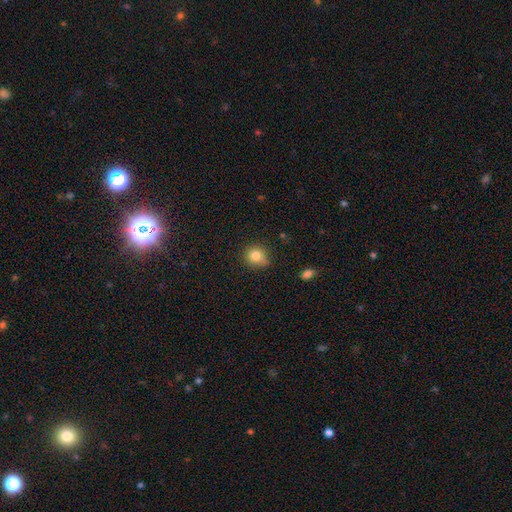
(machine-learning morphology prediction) A smooth galaxy with no disk features (82%) that is round (75%). Merging: none (69%).